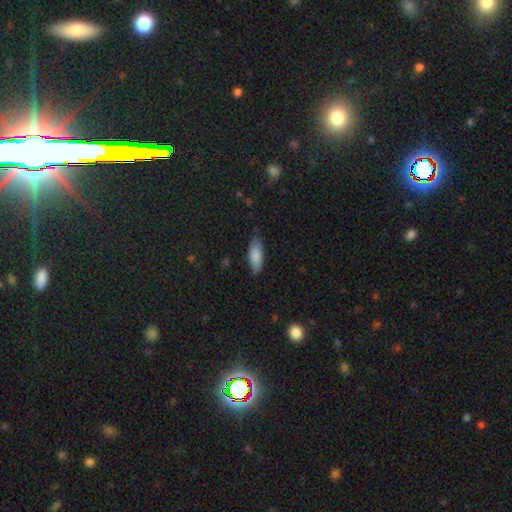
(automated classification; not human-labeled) Smooth or featured? Predicted: smooth (p=0.85). How rounded? Predicted: in between (p=0.76). Merging? Predicted: none (p=0.75).